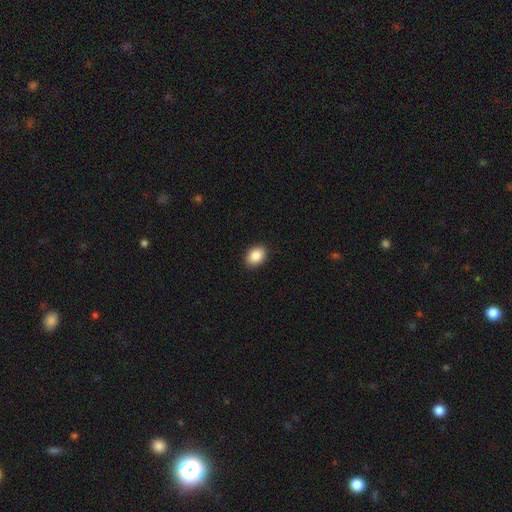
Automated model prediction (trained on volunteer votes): Smooth or featured? Predicted: smooth (p=0.88). How rounded? Predicted: in between (p=0.70). Merging? Predicted: none (p=0.91).